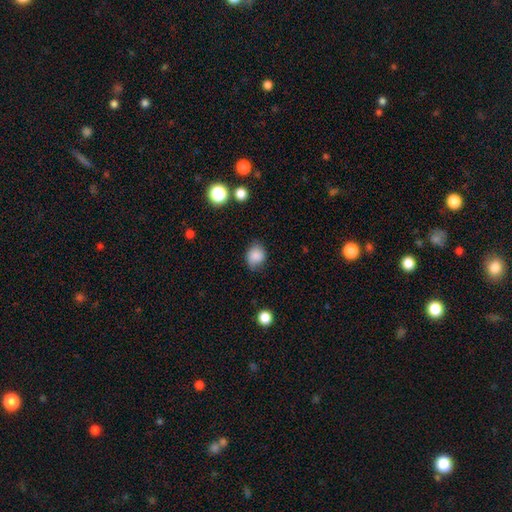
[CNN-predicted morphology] Smooth or featured? Predicted: smooth (p=0.84). How rounded? Predicted: round (p=0.58). Merging? Predicted: none (p=0.69).